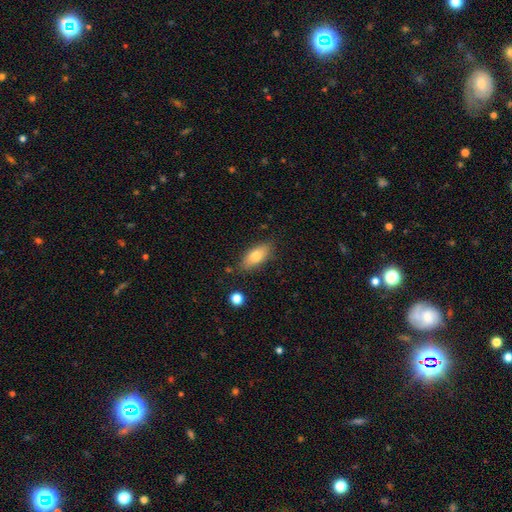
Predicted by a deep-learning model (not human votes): smooth-or-featured: smooth: 76% | featured or disk: 17% | star or artifact: 7%
  how-rounded: in between: 78% | cigar-shaped: 19% | round: 3%
  merging: none: 81% | minor disturbance: 14% | major disturbance: 3% | merger: 2%